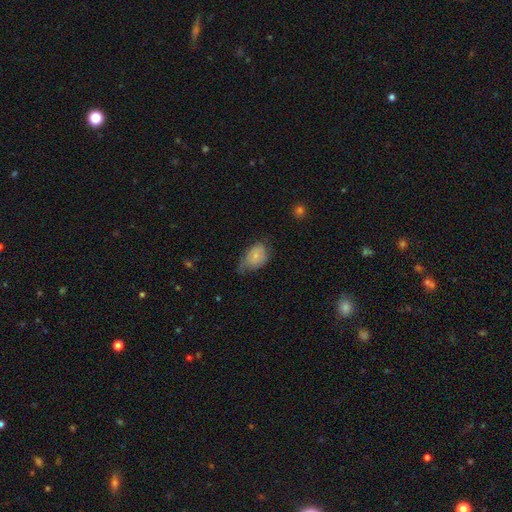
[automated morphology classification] The model was most divided on "merging": minor disturbance: 42%, none: 35%, major disturbance: 21%, merger: 2%. More confident: how rounded — in between (82%); smooth or featured — smooth (65%).